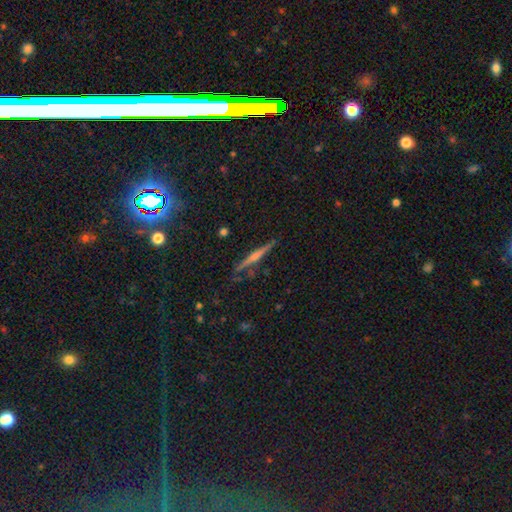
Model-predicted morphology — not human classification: The model was most divided on "edge-on bulge": rounded: 63%, none: 24%, boxy: 14%. More confident: edge-on disk — yes (98%); merging — none (87%); smooth or featured — featured or disk (68%).